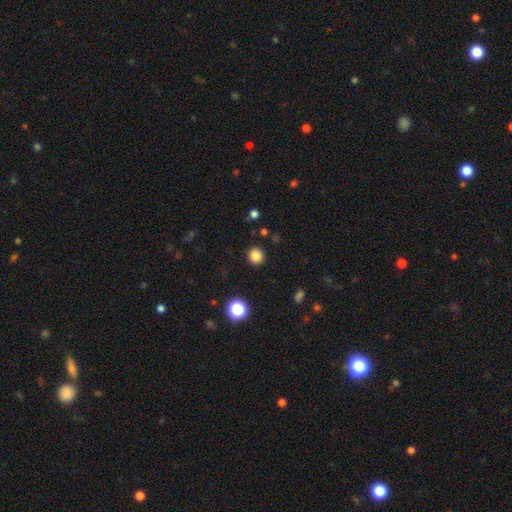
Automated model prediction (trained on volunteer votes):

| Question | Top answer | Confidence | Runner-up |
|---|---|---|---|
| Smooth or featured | smooth | 84% | star or artifact (12%) |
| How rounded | round | 90% | in between (10%) |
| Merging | none | 91% | minor disturbance (6%) |